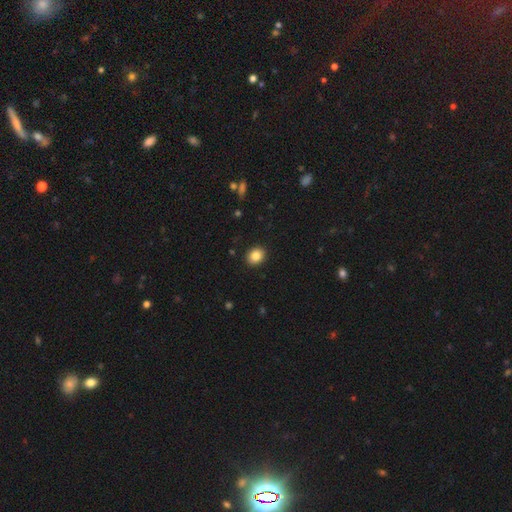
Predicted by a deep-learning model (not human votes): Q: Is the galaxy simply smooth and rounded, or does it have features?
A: smooth — 85%.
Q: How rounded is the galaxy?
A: round — 58%.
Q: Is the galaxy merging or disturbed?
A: none — 91%.